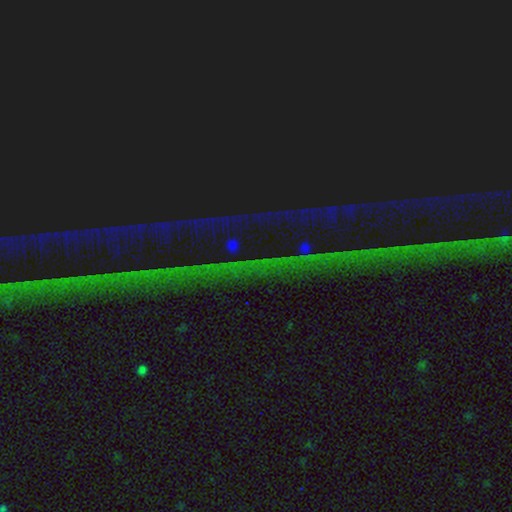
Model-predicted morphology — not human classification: This appears to be a star or artifact, not a galaxy (80%).